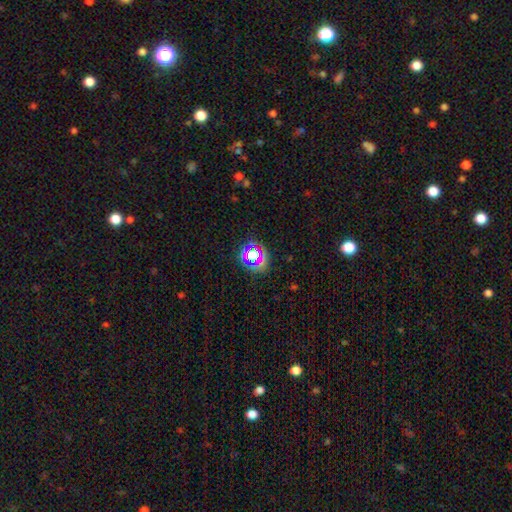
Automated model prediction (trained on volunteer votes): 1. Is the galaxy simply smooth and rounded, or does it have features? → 60% star or artifact, 28% smooth, 12% featured or disk.